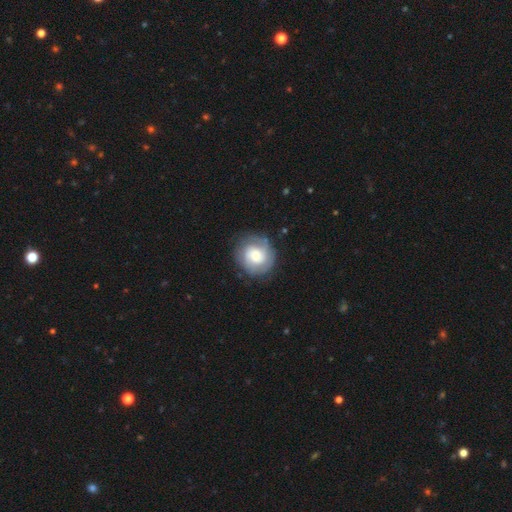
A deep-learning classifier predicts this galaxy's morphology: smooth_or_featured: featured or disk (p=0.55) [alt: smooth p=0.38]
disk_edge_on: no (p=0.98) [alt: yes p=0.02]
bar: no (p=0.69) [alt: weak p=0.26]
has_spiral_arms: yes (p=0.81) [alt: no p=0.19]
bulge_size: moderate (p=0.53) [alt: small p=0.30]
merging: none (p=0.77) [alt: minor disturbance p=0.15]